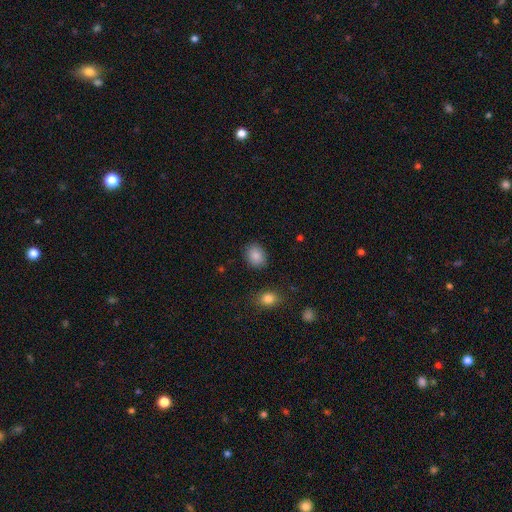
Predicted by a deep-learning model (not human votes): smooth-or-featured: smooth: 87% | star or artifact: 8% | featured or disk: 5%
  how-rounded: in between: 51% | round: 48% | cigar-shaped: 1%
  merging: none: 86% | minor disturbance: 9% | major disturbance: 3% | merger: 2%